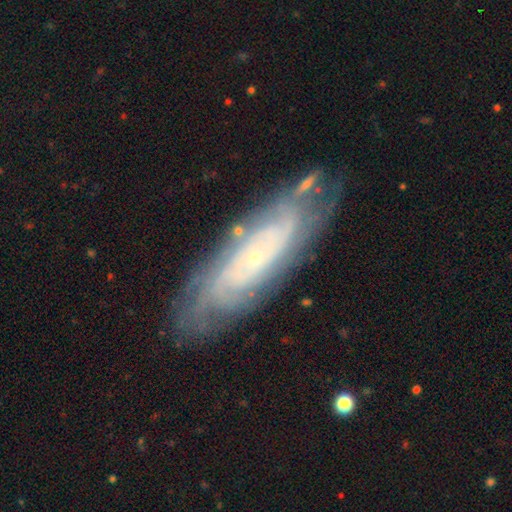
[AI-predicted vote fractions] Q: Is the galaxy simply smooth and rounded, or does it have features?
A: featured or disk — 81%.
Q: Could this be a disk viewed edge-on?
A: no — 85%.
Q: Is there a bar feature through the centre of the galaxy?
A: no — 73%.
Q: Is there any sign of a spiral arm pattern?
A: yes — 95%.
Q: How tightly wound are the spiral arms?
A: tight — 77%.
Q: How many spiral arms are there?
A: can't tell — 44%.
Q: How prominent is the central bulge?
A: small — 85%.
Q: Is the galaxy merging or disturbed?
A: none — 78%.